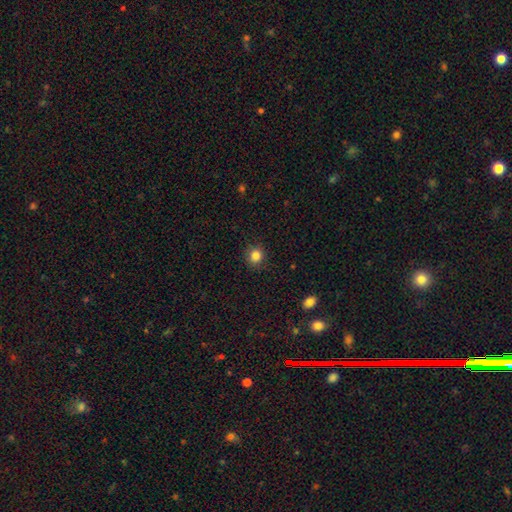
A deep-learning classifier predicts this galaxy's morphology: Smooth or featured: smooth — 84% (star or artifact — 11%)
How rounded: round — 87% (in between — 13%)
Merging: none — 89% (minor disturbance — 8%)